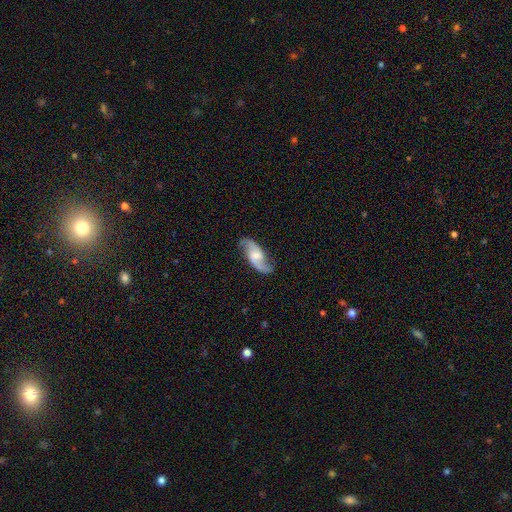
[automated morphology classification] smooth_or_featured: featured or disk (p=0.85) [alt: smooth p=0.10]
disk_edge_on: no (p=0.95) [alt: yes p=0.05]
bar: weak (p=0.50) [alt: no p=0.35]
has_spiral_arms: yes (p=0.97) [alt: no p=0.03]
spiral_winding: loose (p=0.59) [alt: medium p=0.34]
spiral_arm_count: 2 (p=0.93) [alt: can't tell p=0.02]
bulge_size: moderate (p=0.40) [alt: small p=0.30]
merging: none (p=0.81) [alt: minor disturbance p=0.13]